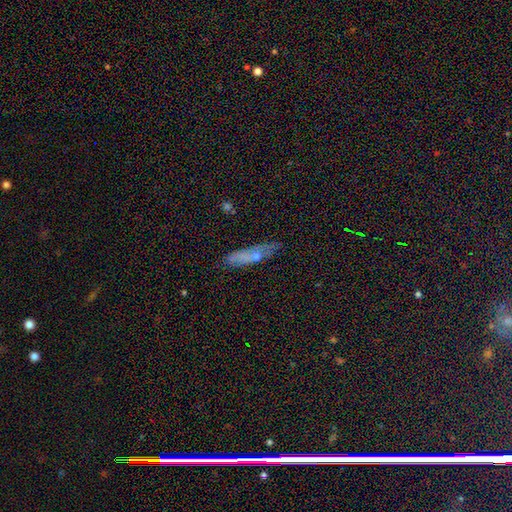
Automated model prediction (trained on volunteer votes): This is possibly a smooth galaxy (56%). How rounded: likely cigar-shaped (62%). Merging: likely none (72%).